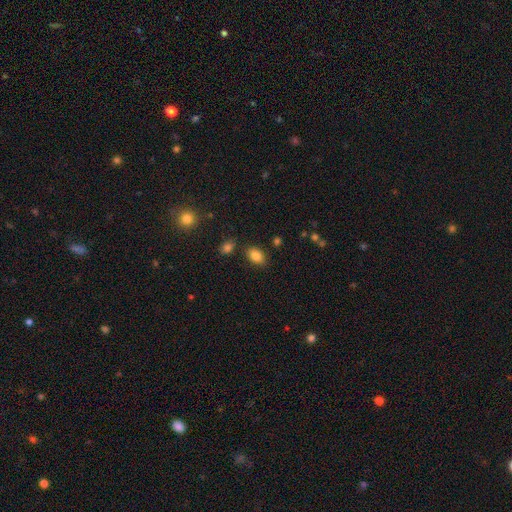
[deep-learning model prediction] A smooth galaxy with no disk features (84%) that is in between round and cigar-shaped (85%). Merging: none (83%).